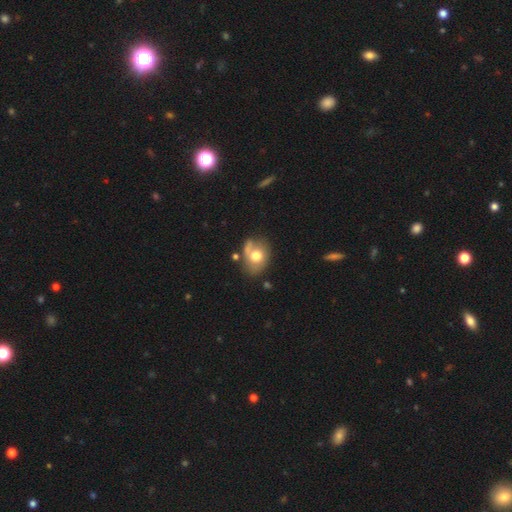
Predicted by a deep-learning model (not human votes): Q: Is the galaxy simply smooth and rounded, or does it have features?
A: smooth — 64%.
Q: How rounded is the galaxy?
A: in between — 57%.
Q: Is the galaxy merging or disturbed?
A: none — 49%.